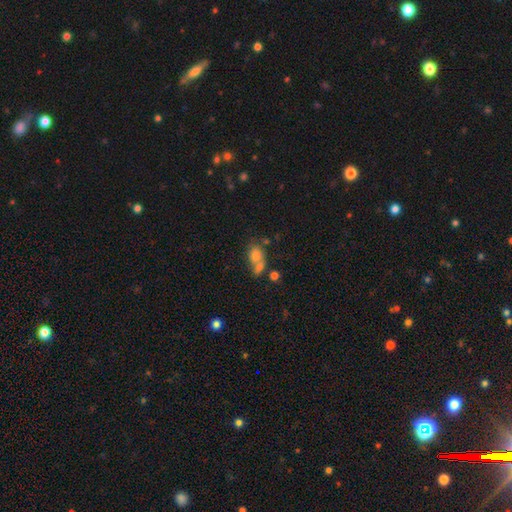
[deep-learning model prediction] Q: Smooth or featured?
A: smooth (73%); runner-up: featured or disk (15%)
Q: How rounded?
A: in between (73%); runner-up: round (25%)
Q: Merging?
A: merger (47%); runner-up: none (31%)